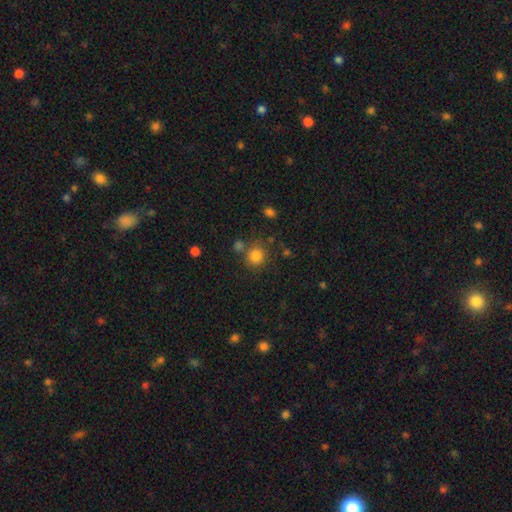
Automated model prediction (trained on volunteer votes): Overall: smooth (82%). How rounded: round (88%). Merging: none (72%).